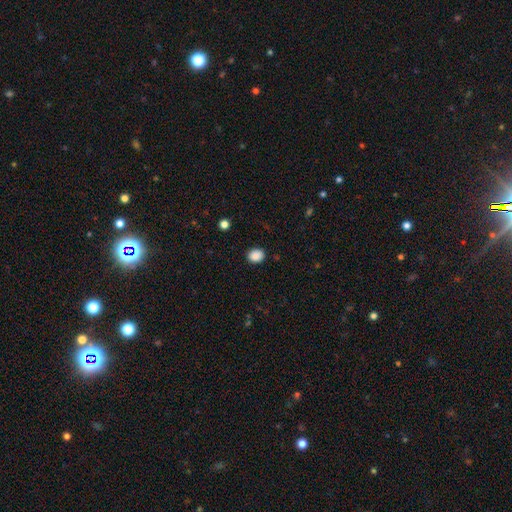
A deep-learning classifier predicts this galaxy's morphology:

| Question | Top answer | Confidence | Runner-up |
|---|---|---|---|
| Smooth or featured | smooth | 88% | star or artifact (9%) |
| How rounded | round | 57% | in between (42%) |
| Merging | none | 89% | minor disturbance (8%) |